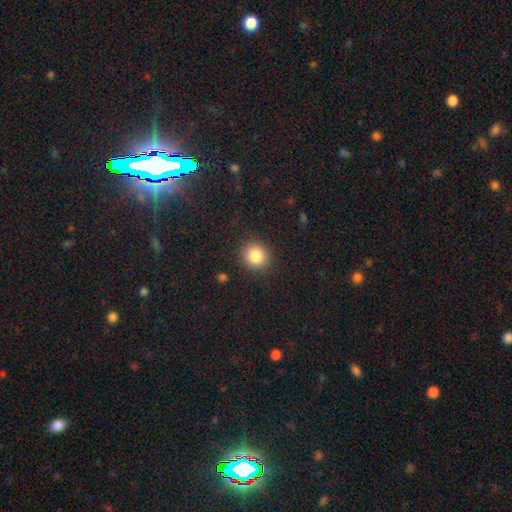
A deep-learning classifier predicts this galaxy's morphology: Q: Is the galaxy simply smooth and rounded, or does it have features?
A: smooth — 85%.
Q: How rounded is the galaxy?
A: round — 89%.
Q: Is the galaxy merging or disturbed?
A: none — 90%.